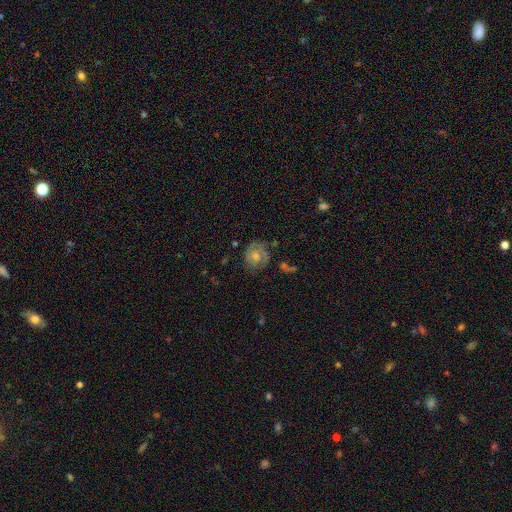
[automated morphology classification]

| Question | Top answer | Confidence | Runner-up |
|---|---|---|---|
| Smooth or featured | featured or disk | 58% | smooth (33%) |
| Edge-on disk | no | 97% | yes (3%) |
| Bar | no | 74% | weak (23%) |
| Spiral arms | yes | 81% | no (19%) |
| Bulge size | moderate | 52% | small (39%) |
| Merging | none | 66% | minor disturbance (21%) |